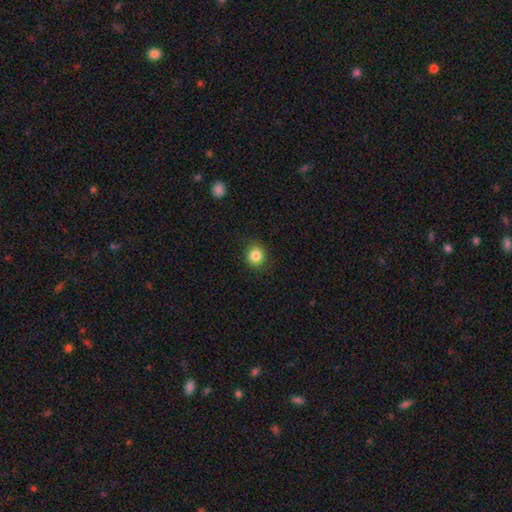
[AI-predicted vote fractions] This appears to be a smooth galaxy with no disk features (85%) that is round (84%). Merging: none (89%).